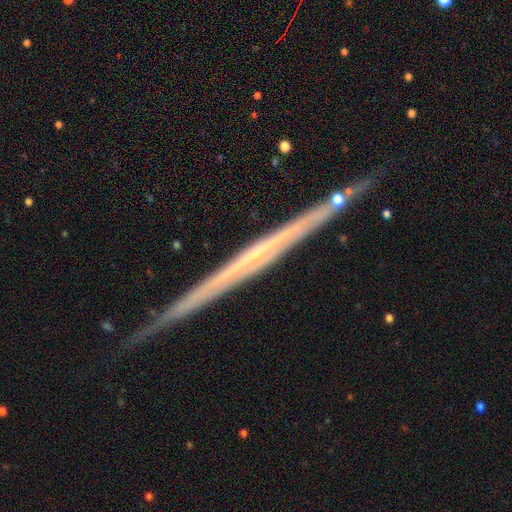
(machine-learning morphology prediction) Overall: featured or disk (76%). Edge-on disk: yes (97%). Edge-on bulge: none (83%). Merging: none (88%).